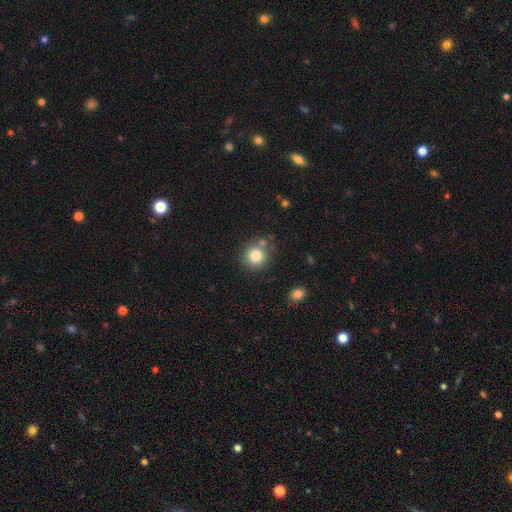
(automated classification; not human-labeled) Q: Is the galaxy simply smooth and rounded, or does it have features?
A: smooth — 82%.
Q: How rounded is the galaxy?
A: round — 91%.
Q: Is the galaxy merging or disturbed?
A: none — 73%.